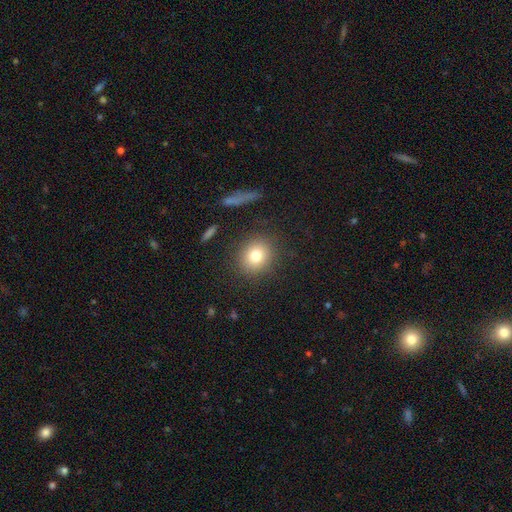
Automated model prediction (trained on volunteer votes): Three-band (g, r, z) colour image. It shows a smooth galaxy with no disk features (78%) that is round (78%). Merging: none (86%).